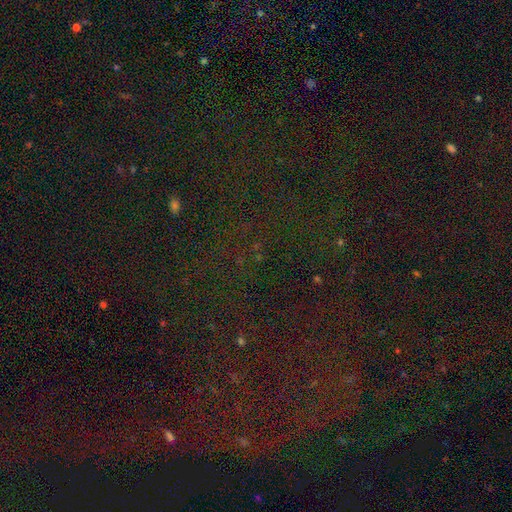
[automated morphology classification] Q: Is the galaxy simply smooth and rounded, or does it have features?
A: star or artifact — 80%.